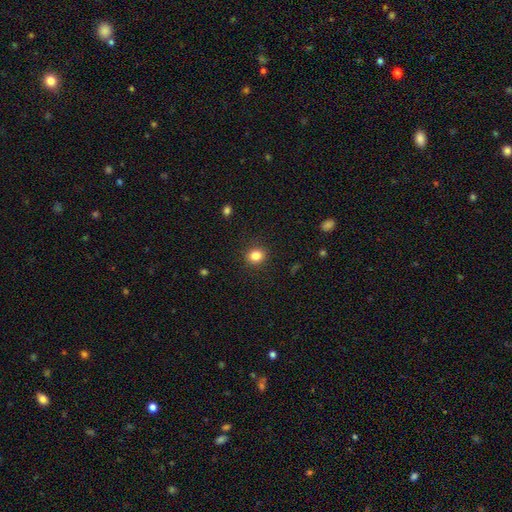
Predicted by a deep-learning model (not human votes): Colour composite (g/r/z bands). It shows a smooth galaxy with no disk features (84%) that is round (76%). Merging: none (90%).